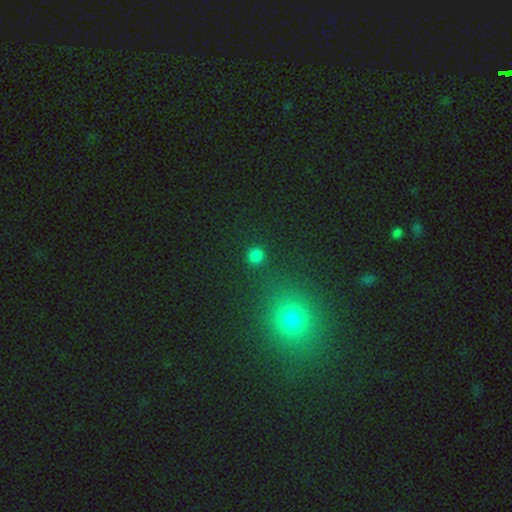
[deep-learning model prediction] Overall: smooth (76%). How rounded: round (86%). Merging: none (87%).